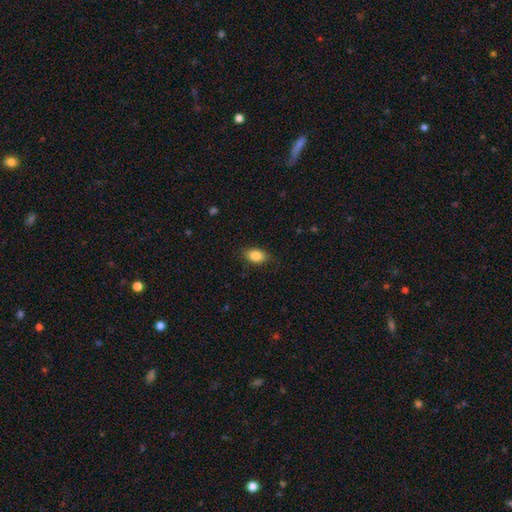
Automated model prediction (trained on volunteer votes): smooth 86%, star or artifact 8%, featured or disk 6%. Down the decision tree: how rounded — in between (83%); merging — none (83%).